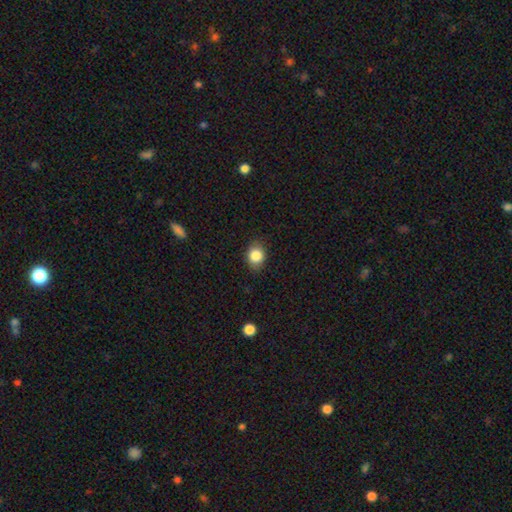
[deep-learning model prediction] Smooth or featured? smooth (85%)
How rounded? round (53%)
Merging? none (84%)